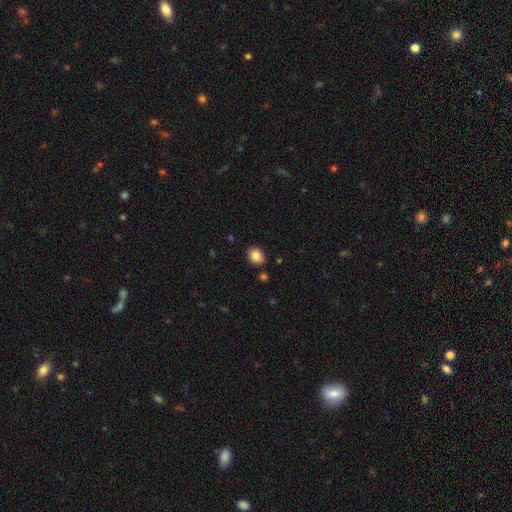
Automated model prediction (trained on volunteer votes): The model was most divided on "how rounded": in between: 57%, round: 42%, cigar-shaped: 1%. More confident: smooth or featured — smooth (84%); merging — none (84%).